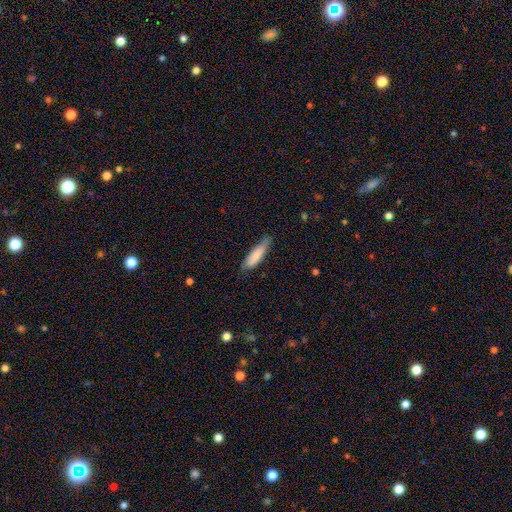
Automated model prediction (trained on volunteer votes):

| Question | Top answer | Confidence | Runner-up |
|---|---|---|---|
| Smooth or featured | smooth | 83% | featured or disk (12%) |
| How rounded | cigar-shaped | 63% | in between (35%) |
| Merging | none | 69% | minor disturbance (25%) |